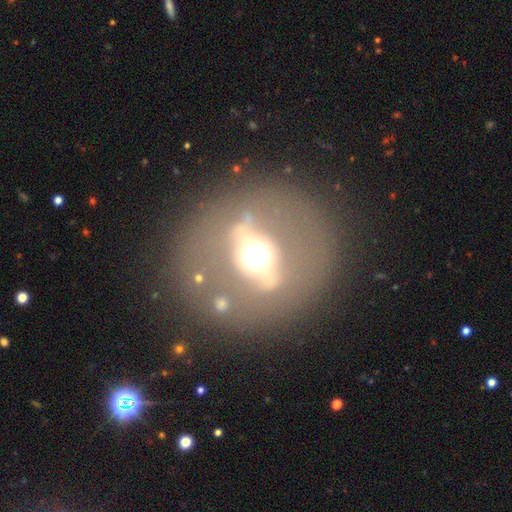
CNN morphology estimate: smooth-or-featured: featured or disk: 57% | smooth: 29% | star or artifact: 14%
  disk-edge-on: no: 72% | yes: 28%
  merging: none: 67% | major disturbance: 16% | minor disturbance: 13% | merger: 5%